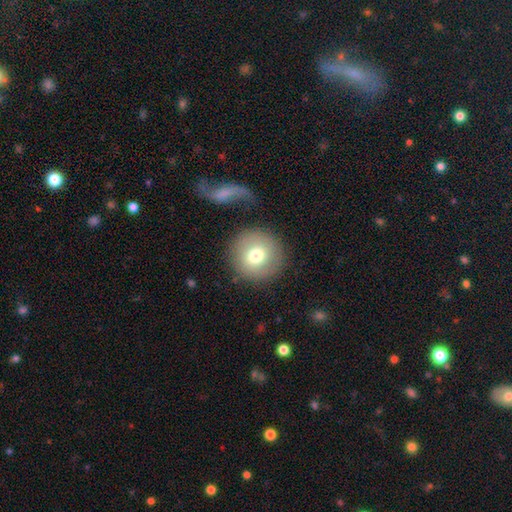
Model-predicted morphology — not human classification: Q: Smooth or featured?
A: smooth (73%); runner-up: featured or disk (18%)
Q: How rounded?
A: round (95%); runner-up: in between (4%)
Q: Merging?
A: none (82%); runner-up: minor disturbance (9%)